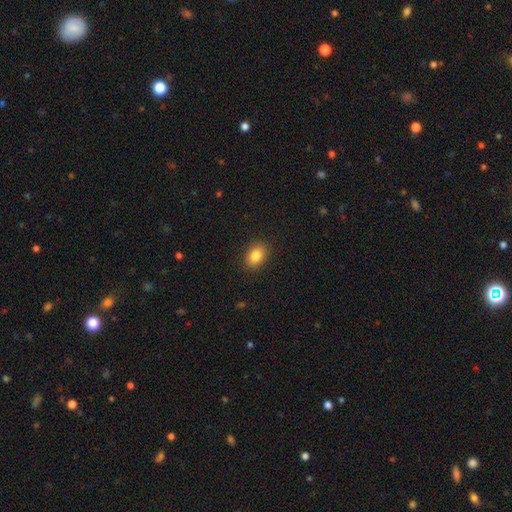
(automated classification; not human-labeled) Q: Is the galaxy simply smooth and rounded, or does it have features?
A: smooth — 85%.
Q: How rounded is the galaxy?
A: in between — 67%.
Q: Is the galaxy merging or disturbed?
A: none — 89%.